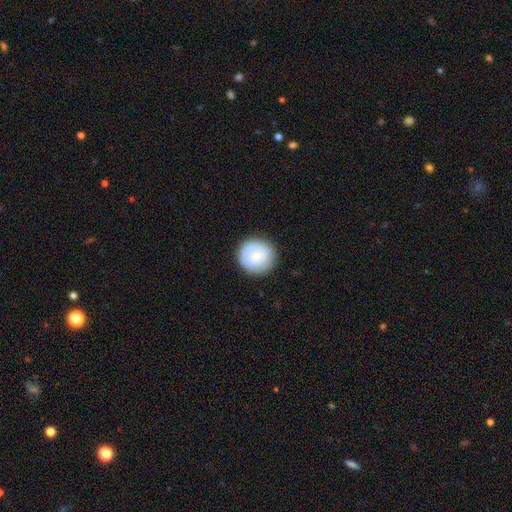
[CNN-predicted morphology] This is likely a smooth galaxy (66%). How rounded: clearly round (92%). Merging: clearly none (85%).